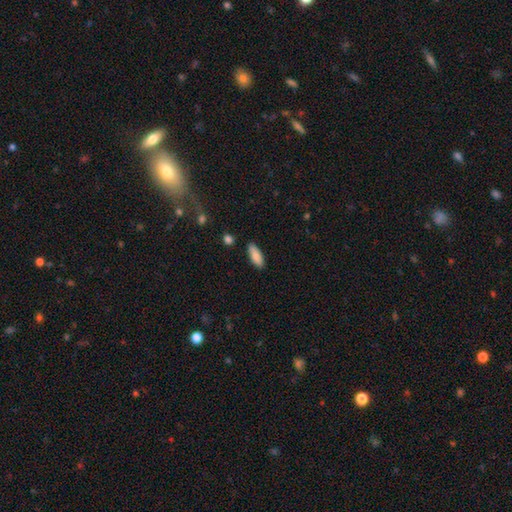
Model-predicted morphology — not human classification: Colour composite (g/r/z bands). It shows a smooth galaxy with no disk features (85%) that is in between round and cigar-shaped (70%). Merging: none (84%).